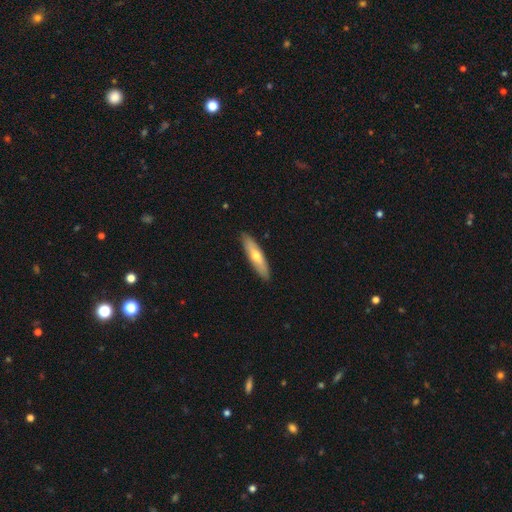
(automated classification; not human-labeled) Q: Smooth or featured?
A: smooth (55%); runner-up: featured or disk (40%)
Q: How rounded?
A: cigar-shaped (73%); runner-up: in between (25%)
Q: Merging?
A: none (89%); runner-up: minor disturbance (8%)